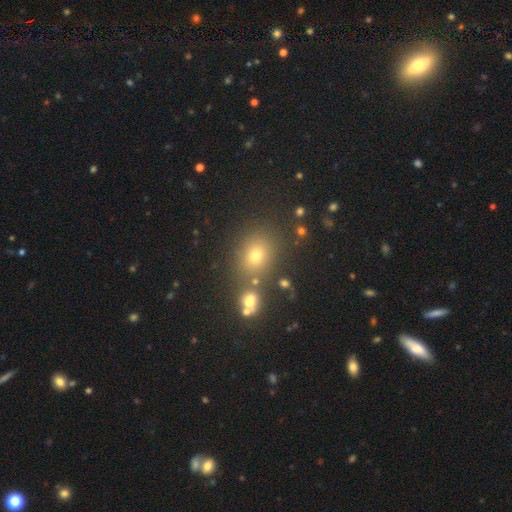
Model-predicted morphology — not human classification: type=smooth (67%); roundness=round (62%); merging=none (76%).